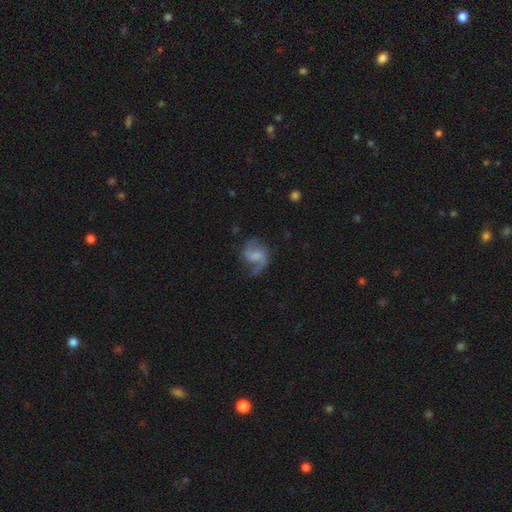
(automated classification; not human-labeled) Smooth or featured? featured or disk (83%)
Edge-on disk? no (98%)
Bar? weak (46%)
Spiral arms? yes (96%)
Spiral winding? loose (50%)
Spiral arm count? 2 (89%)
Bulge size? none (43%)
Merging? none (71%)